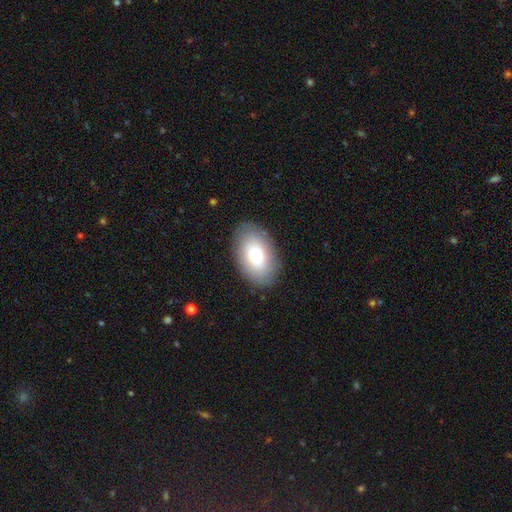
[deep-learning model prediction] Smooth or featured? smooth (73%)
How rounded? in between (90%)
Merging? none (86%)